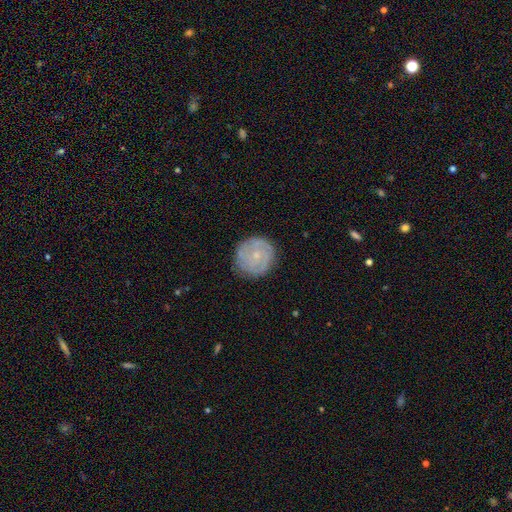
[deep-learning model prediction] Smooth or featured? Predicted: featured or disk (p=0.55). Edge-on disk? Predicted: no (p=0.97). Bar? Predicted: no (p=0.84). Spiral arms? Predicted: yes (p=0.75). Bulge size? Predicted: small (p=0.77). Merging? Predicted: none (p=0.84).